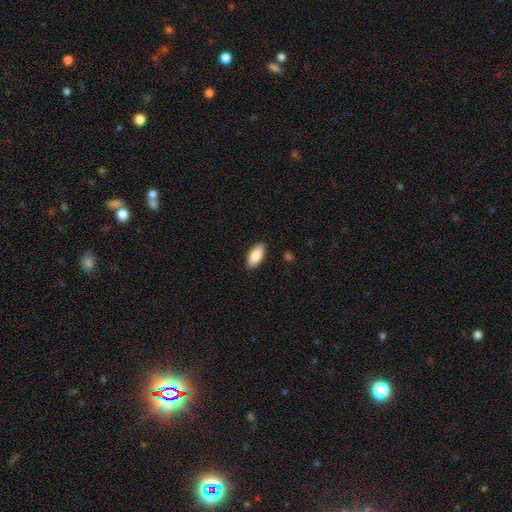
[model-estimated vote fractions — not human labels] Morphology: type=smooth (85%); roundness=in between (87%); merging=none (89%).